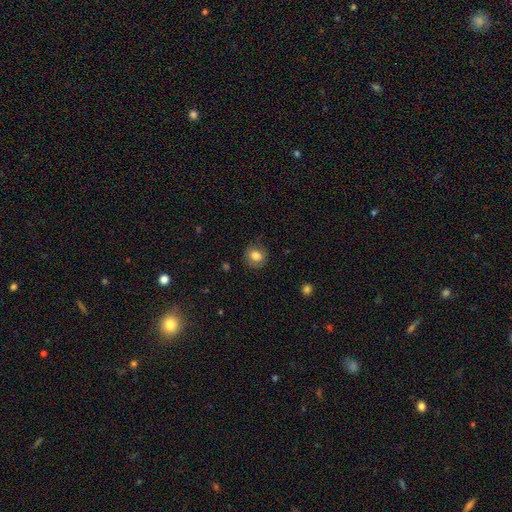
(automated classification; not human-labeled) smooth-or-featured: smooth: 78% | featured or disk: 12% | star or artifact: 9%
  how-rounded: round: 76% | in between: 23% | cigar-shaped: 1%
  merging: none: 80% | minor disturbance: 15% | major disturbance: 4% | merger: 1%